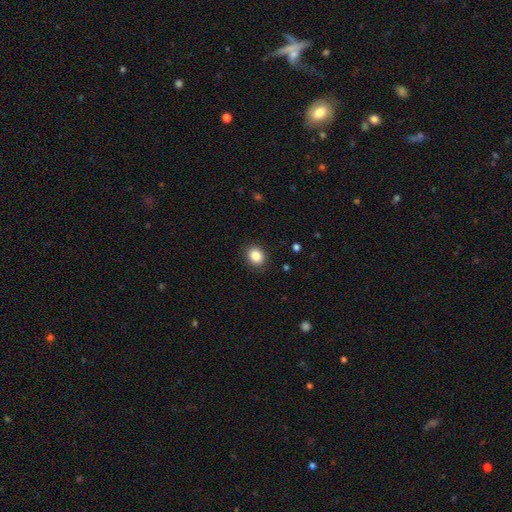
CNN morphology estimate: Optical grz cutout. It shows a smooth galaxy with no disk features (86%) that is round (56%). Merging: none (87%).